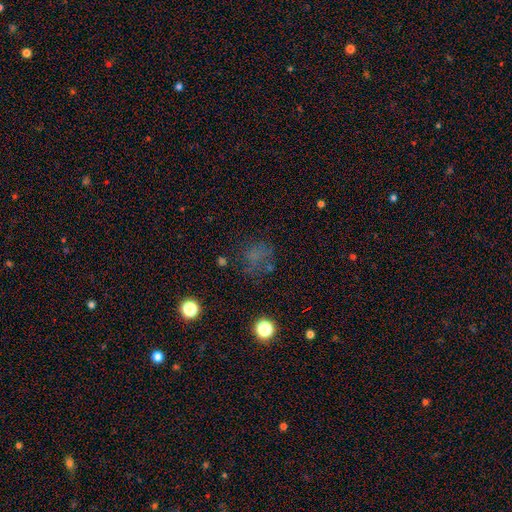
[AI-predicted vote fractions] A smooth galaxy with no disk features (54%) that is round (73%).

Vote fractions:
- Smooth or featured? smooth: 54% / star or artifact: 28% / featured or disk: 18%
- How rounded? round: 73% / in between: 26% / cigar-shaped: 1%
- Merging? none: 60% / minor disturbance: 19% / major disturbance: 17% / merger: 5%